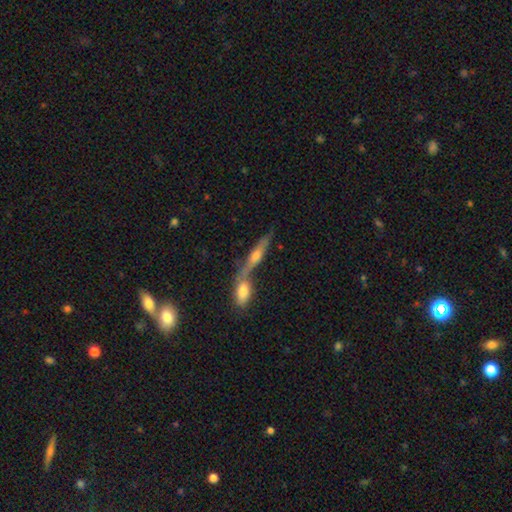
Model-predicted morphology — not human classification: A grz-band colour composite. It shows a featured or disk galaxy (54%) viewed edge-on (86%). Merging: none (44%).